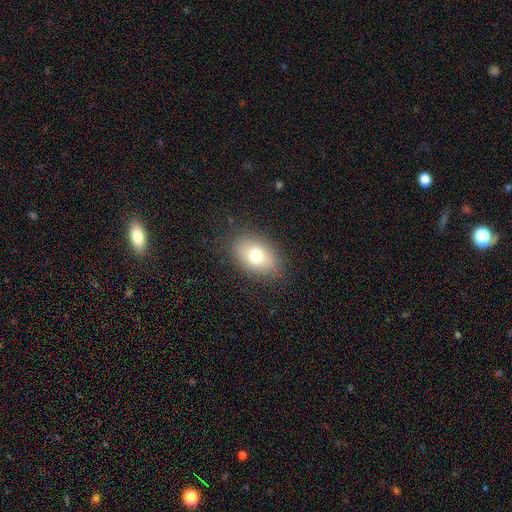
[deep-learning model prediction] Smooth or featured?
  - smooth: 72% *
  - featured or disk: 17%
  - star or artifact: 11%
How rounded?
  - in between: 80% *
  - round: 18%
  - cigar-shaped: 1%
Merging?
  - none: 84% *
  - minor disturbance: 11%
  - major disturbance: 4%
  - merger: 1%